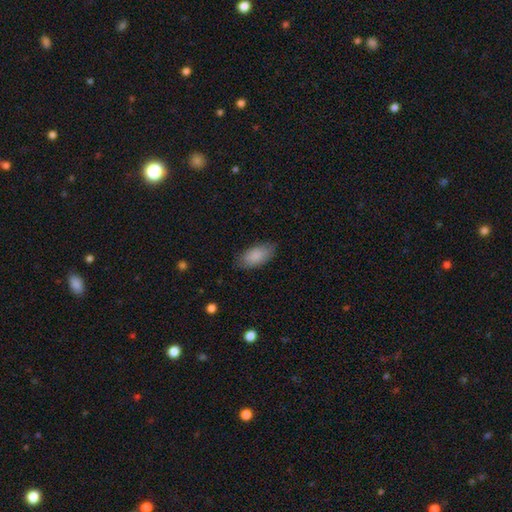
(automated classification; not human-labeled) Q: Smooth or featured?
A: smooth (88%); runner-up: featured or disk (6%)
Q: How rounded?
A: in between (92%); runner-up: cigar-shaped (5%)
Q: Merging?
A: none (80%); runner-up: minor disturbance (16%)